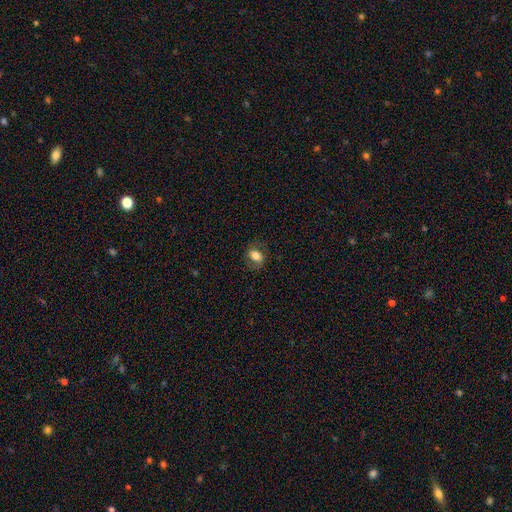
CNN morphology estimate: smooth_or_featured: smooth (p=0.72) [alt: featured or disk p=0.19]
how_rounded: in between (p=0.69) [alt: round p=0.29]
merging: none (p=0.77) [alt: minor disturbance p=0.15]